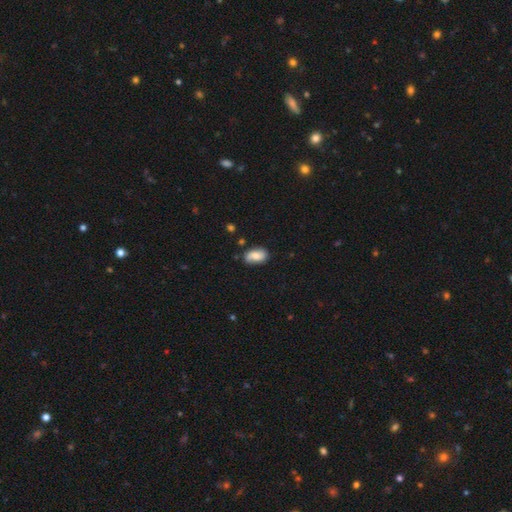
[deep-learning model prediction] Smooth or featured: smooth — 62% (featured or disk — 31%)
How rounded: in between — 90% (round — 8%)
Merging: none — 75% (minor disturbance — 19%)